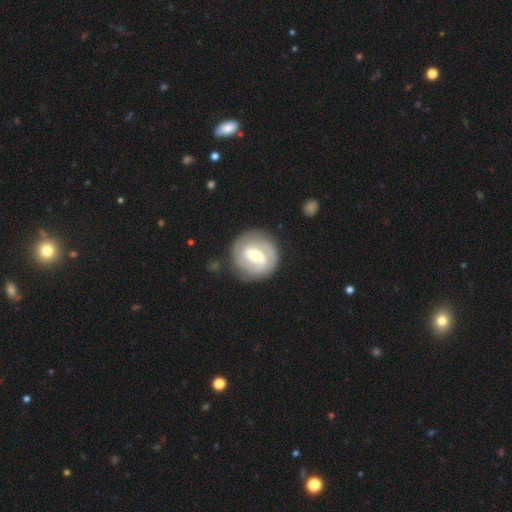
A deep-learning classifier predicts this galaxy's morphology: Smooth or featured? Predicted: featured or disk (p=0.74). Edge-on disk? Predicted: no (p=0.97). Bar? Predicted: weak (p=0.47). Spiral arms? Predicted: yes (p=0.85). Spiral winding? Predicted: tight (p=0.56). Spiral arm count? Predicted: 2 (p=0.62). Bulge size? Predicted: moderate (p=0.68). Merging? Predicted: none (p=0.81).